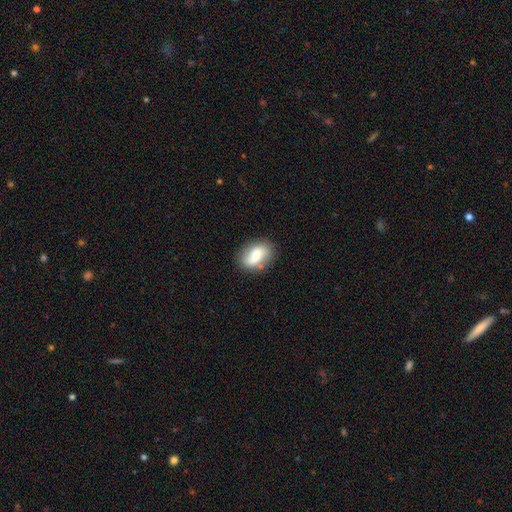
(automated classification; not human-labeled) Morphology: type=smooth (72%); roundness=in between (84%); merging=none (68%).